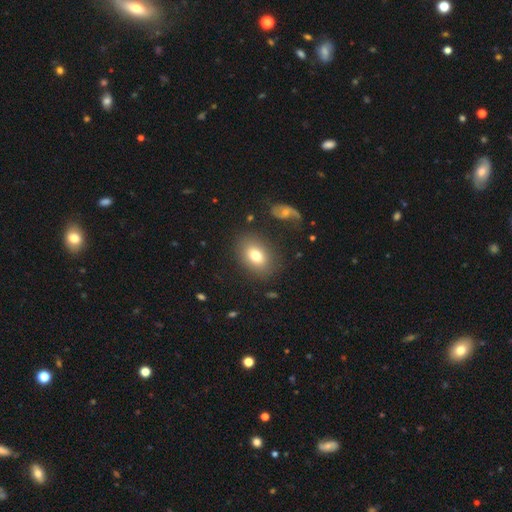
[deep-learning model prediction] This is likely a smooth galaxy (75%). How rounded: likely in between (77%). Merging: clearly none (81%).